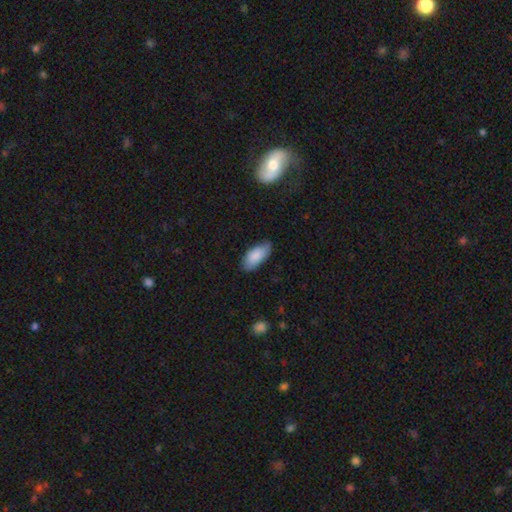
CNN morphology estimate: Smooth or featured? smooth (85%)
How rounded? in between (91%)
Merging? none (71%)